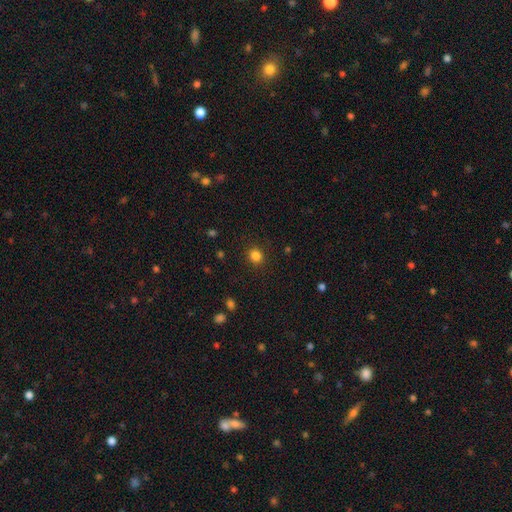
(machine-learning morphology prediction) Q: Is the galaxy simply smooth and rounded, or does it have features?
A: smooth — 84%.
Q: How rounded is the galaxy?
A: round — 85%.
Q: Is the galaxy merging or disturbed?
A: none — 90%.